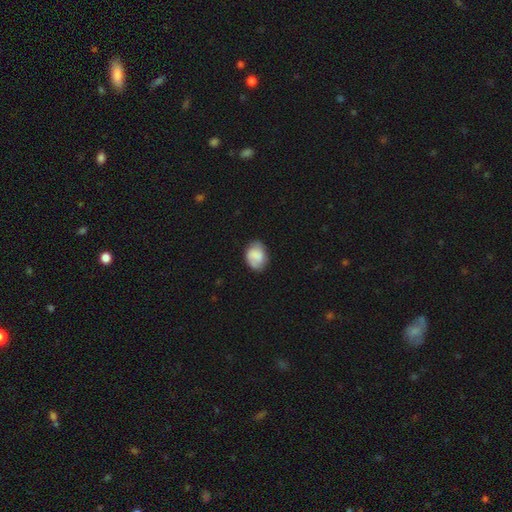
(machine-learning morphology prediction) Smooth or featured?
  - smooth: 73% *
  - featured or disk: 19%
  - star or artifact: 8%
How rounded?
  - in between: 65% *
  - round: 34%
  - cigar-shaped: 1%
Merging?
  - none: 70% *
  - minor disturbance: 23%
  - major disturbance: 6%
  - merger: 2%